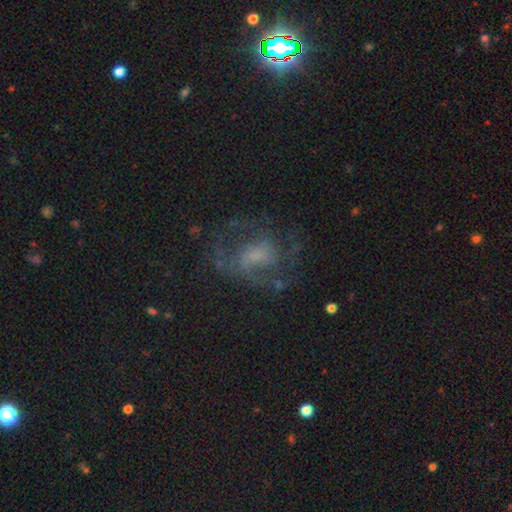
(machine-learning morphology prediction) A featured or disk galaxy (67%) with no bar (50%), 2 (53%) medium (51%) spiral arms (81%) and a small central bulge (30%). Merging: none (58%).